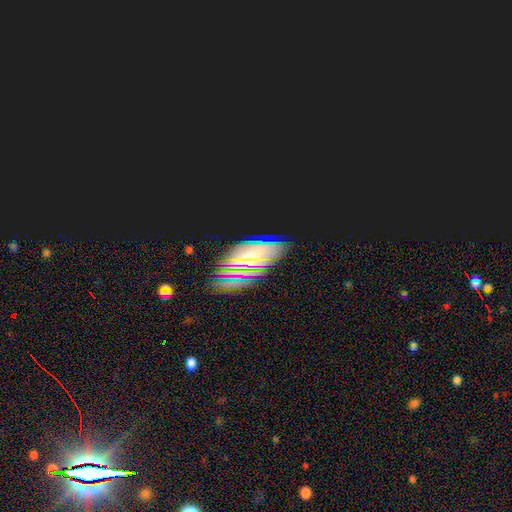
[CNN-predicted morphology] A star or artifact, not a galaxy (52%).

Vote fractions:
- Smooth or featured? star or artifact: 52% / featured or disk: 25% / smooth: 23%